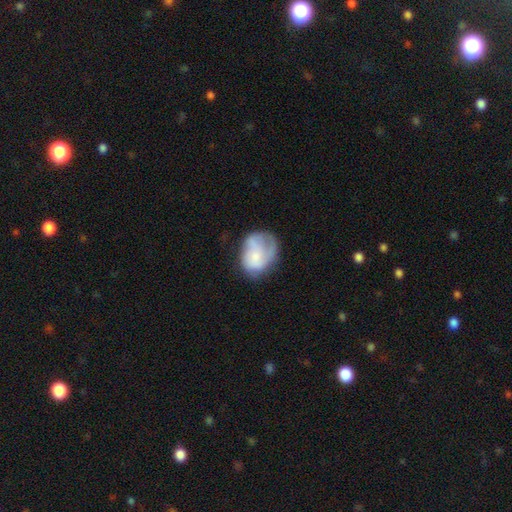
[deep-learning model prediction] Q: Smooth or featured?
A: smooth (54%); runner-up: featured or disk (38%)
Q: How rounded?
A: in between (57%); runner-up: round (42%)
Q: Merging?
A: none (34%); runner-up: major disturbance (31%)